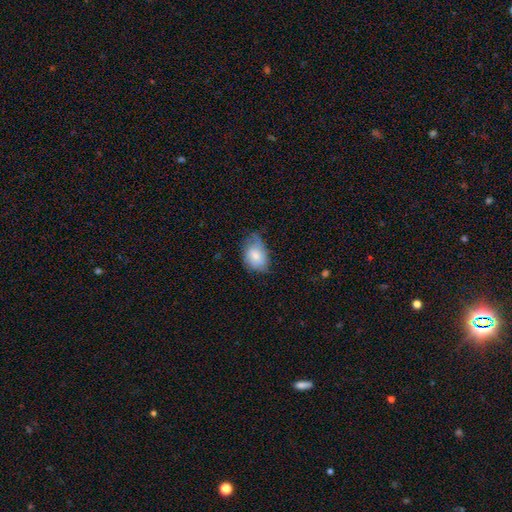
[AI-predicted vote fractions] A smooth galaxy with no disk features (74%) that is in between round and cigar-shaped (80%). Merging: none (44%).